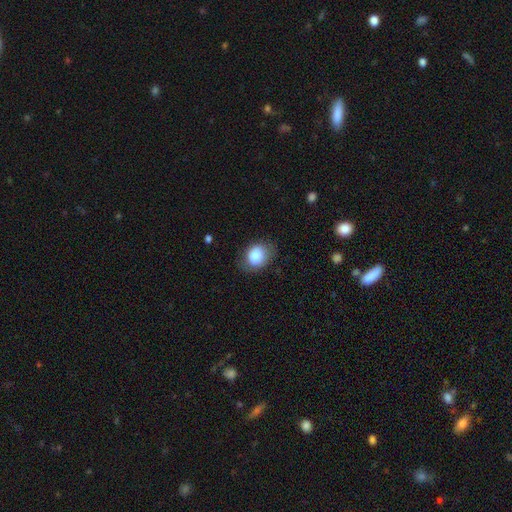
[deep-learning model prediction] Morphology: type=smooth (85%); roundness=in between (63%); merging=none (72%).